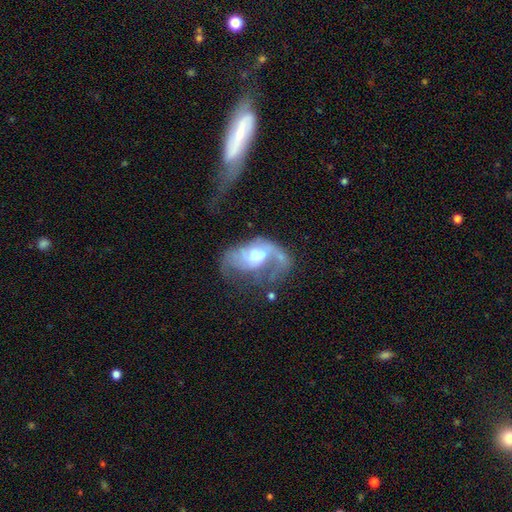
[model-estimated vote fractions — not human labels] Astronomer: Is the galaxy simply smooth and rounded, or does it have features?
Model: featured or disk — 73%.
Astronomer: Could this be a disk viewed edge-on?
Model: no — 96%.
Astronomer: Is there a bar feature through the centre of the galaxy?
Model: no — 61%.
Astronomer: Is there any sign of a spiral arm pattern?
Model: yes — 74%.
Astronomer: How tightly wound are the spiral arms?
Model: loose — 50% (runner-up: medium, 36%).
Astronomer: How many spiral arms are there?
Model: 2 — 38% (runner-up: 1, 28%).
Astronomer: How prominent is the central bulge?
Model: moderate — 56%.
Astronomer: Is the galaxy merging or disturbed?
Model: major disturbance — 47% (runner-up: none, 25%).